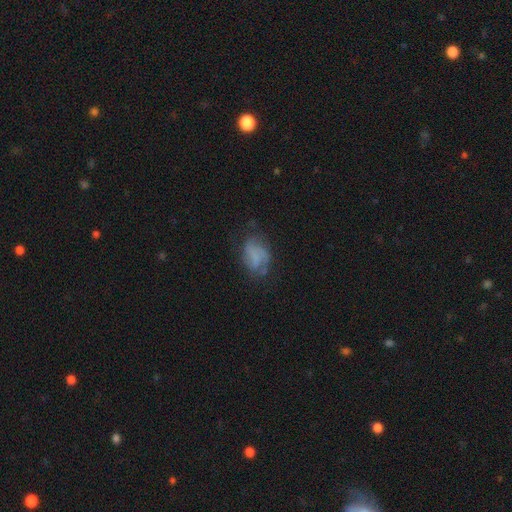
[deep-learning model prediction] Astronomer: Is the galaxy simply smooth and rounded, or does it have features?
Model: featured or disk — 51% (runner-up: smooth, 38%).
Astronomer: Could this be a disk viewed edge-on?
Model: no — 98%.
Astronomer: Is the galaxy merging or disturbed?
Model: none — 56%.